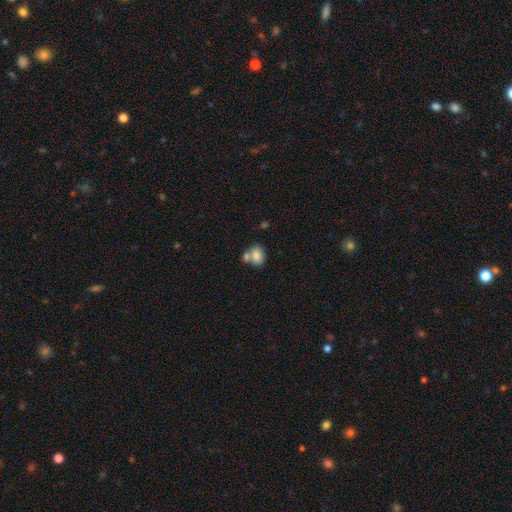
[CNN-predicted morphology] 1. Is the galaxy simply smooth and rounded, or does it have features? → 80% smooth, 12% featured or disk, 8% star or artifact.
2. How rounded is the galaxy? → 68% in between, 31% round, 1% cigar-shaped.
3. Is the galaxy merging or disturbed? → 43% merger, 40% none, 13% minor disturbance, 5% major disturbance.